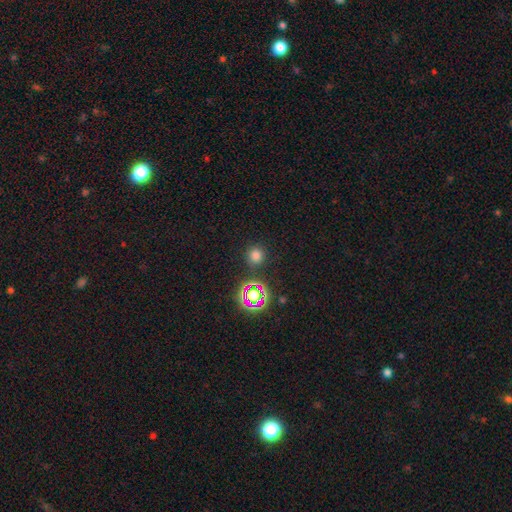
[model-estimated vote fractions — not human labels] Q: Smooth or featured?
A: smooth (72%); runner-up: star or artifact (23%)
Q: How rounded?
A: round (93%); runner-up: in between (6%)
Q: Merging?
A: none (88%); runner-up: minor disturbance (7%)